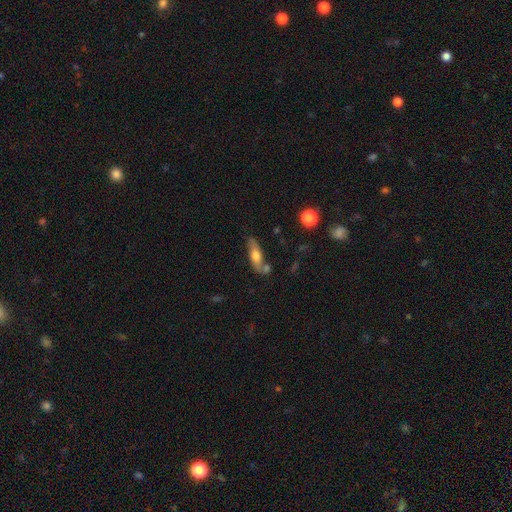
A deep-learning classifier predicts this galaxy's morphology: Smooth or featured? Predicted: smooth (p=0.52). How rounded? Predicted: in between (p=0.50). Merging? Predicted: none (p=0.60).